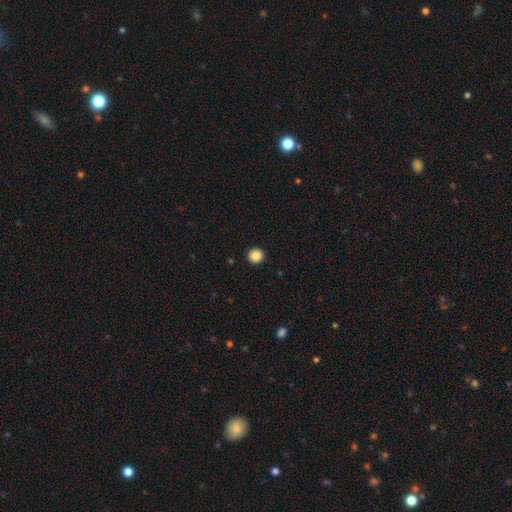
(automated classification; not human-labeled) Morphology: type=smooth (87%); roundness=round (95%); merging=none (94%).